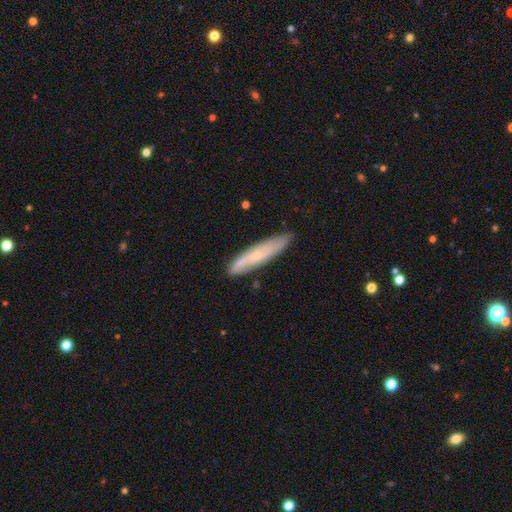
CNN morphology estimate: A featured or disk galaxy (53%) viewed edge-on (57%). Merging: none (81%).